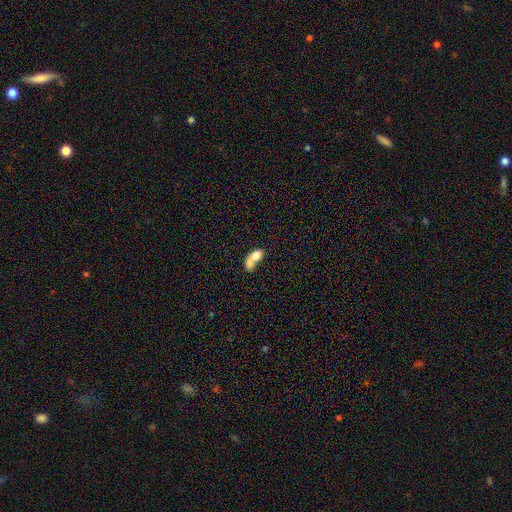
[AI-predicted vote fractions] Smooth or featured?
  - smooth: 70% *
  - featured or disk: 23%
  - star or artifact: 8%
How rounded?
  - in between: 79% *
  - round: 17%
  - cigar-shaped: 4%
Merging?
  - merger: 74% *
  - none: 12%
  - major disturbance: 7%
  - minor disturbance: 7%